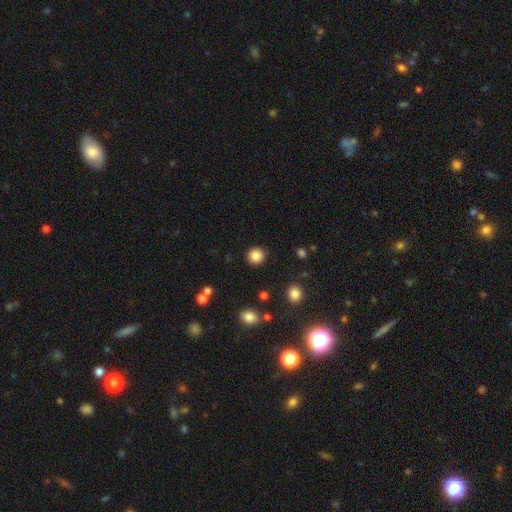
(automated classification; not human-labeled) Smooth or featured? Predicted: smooth (p=0.85). How rounded? Predicted: round (p=0.93). Merging? Predicted: none (p=0.90).